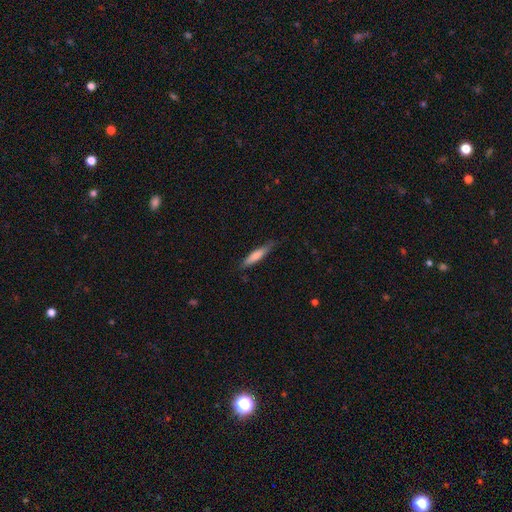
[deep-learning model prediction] smooth 74%, featured or disk 21%, star or artifact 6%. Down the decision tree: how rounded — cigar-shaped (83%); merging — none (76%).